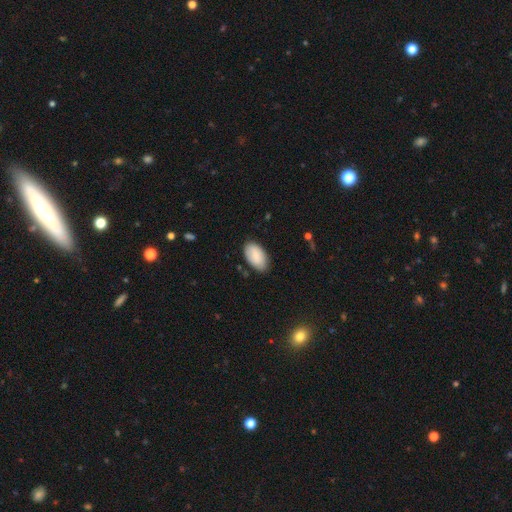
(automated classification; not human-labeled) smooth 86%, featured or disk 8%, star or artifact 6%. Down the decision tree: how rounded — in between (95%); merging — none (79%).